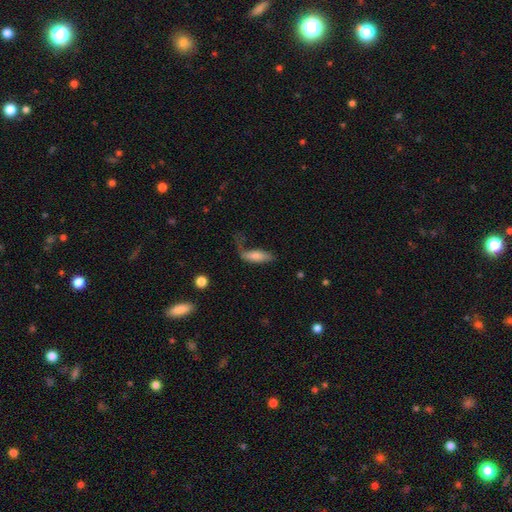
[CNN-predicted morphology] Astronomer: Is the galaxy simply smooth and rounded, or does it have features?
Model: smooth — 73%.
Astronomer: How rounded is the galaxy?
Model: in between — 63%.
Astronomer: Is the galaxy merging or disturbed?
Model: major disturbance — 35% (runner-up: none, 34%).